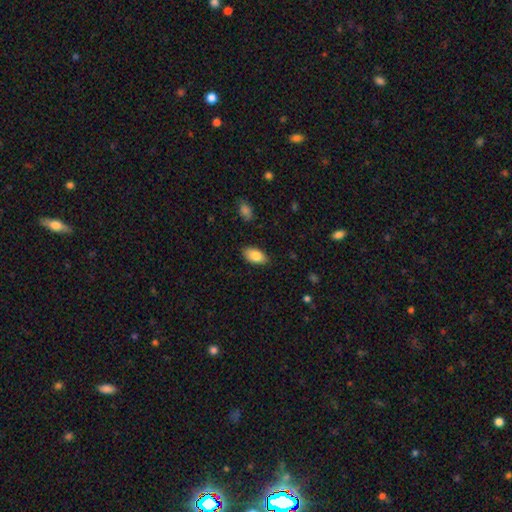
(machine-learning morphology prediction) Smooth or featured: smooth — 83% (featured or disk — 10%)
How rounded: in between — 93% (round — 4%)
Merging: none — 86% (minor disturbance — 10%)